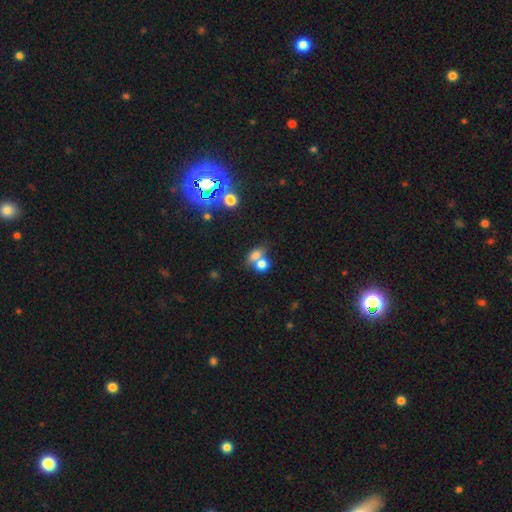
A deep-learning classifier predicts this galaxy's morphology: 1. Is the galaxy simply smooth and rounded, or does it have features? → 72% smooth, 15% star or artifact, 14% featured or disk.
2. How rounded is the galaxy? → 57% in between, 41% round, 3% cigar-shaped.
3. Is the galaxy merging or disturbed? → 57% merger, 30% none, 8% minor disturbance, 5% major disturbance.